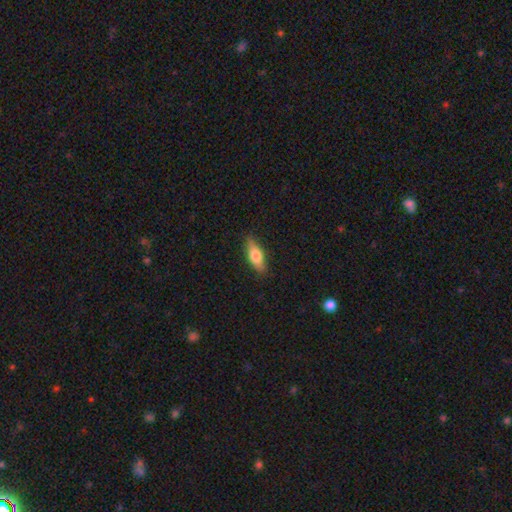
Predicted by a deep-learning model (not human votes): Smooth or featured? smooth (69%)
How rounded? in between (64%)
Merging? none (85%)